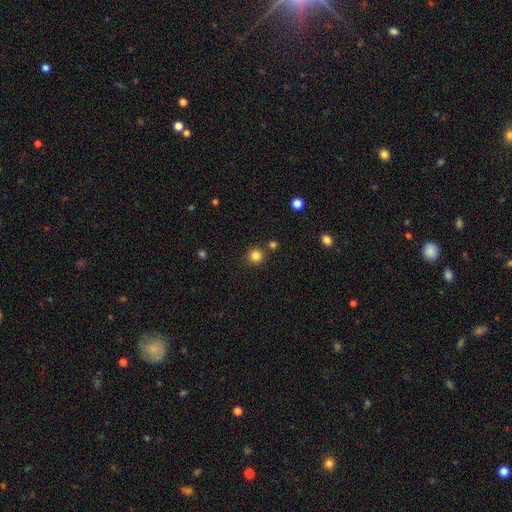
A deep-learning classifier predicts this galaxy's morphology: Smooth or featured: smooth — 83% (star or artifact — 12%)
How rounded: round — 94% (in between — 5%)
Merging: none — 84% (minor disturbance — 7%)